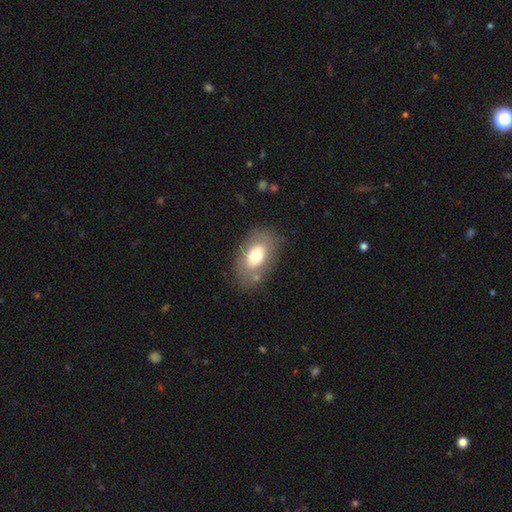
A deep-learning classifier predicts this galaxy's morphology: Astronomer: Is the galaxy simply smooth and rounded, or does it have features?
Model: smooth — 65%.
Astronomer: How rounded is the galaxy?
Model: in between — 88%.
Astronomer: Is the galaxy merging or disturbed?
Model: none — 73%.